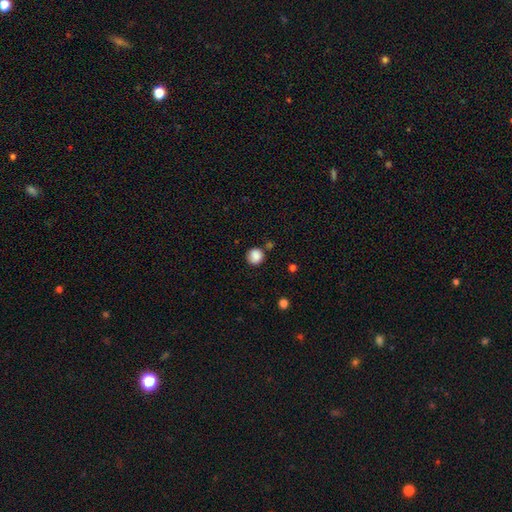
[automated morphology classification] smooth_or_featured: smooth (p=0.87) [alt: star or artifact p=0.10]
how_rounded: round (p=0.90) [alt: in between p=0.09]
merging: none (p=0.78) [alt: minor disturbance p=0.13]